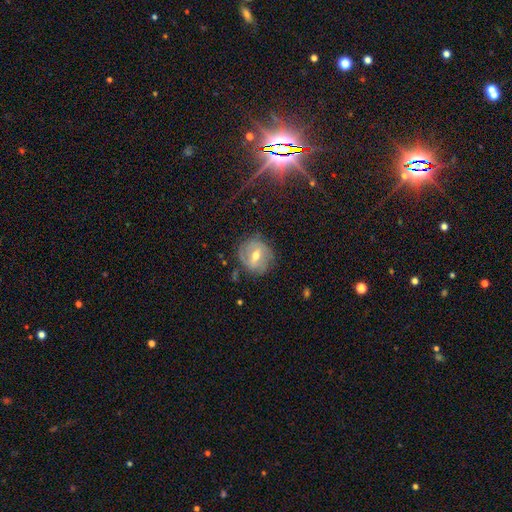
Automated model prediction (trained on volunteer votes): smooth_or_featured: featured or disk (p=0.66) [alt: smooth p=0.25]
disk_edge_on: no (p=0.95) [alt: yes p=0.05]
bar: weak (p=0.51) [alt: strong p=0.28]
has_spiral_arms: yes (p=0.75) [alt: no p=0.25]
bulge_size: moderate (p=0.73) [alt: small p=0.20]
merging: none (p=0.72) [alt: minor disturbance p=0.19]